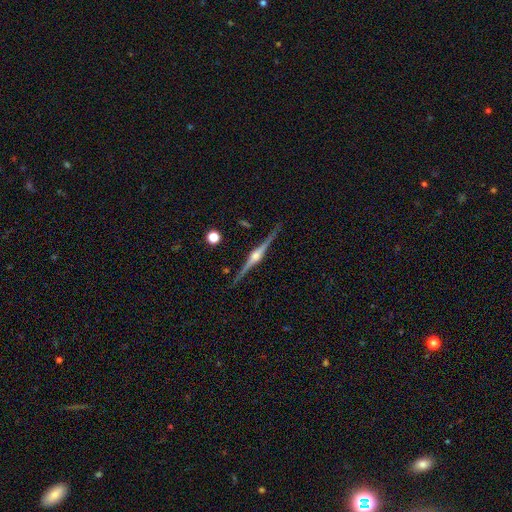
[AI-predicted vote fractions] Smooth or featured? featured or disk (89%)
Edge-on disk? yes (99%)
Edge-on bulge? rounded (94%)
Merging? none (89%)